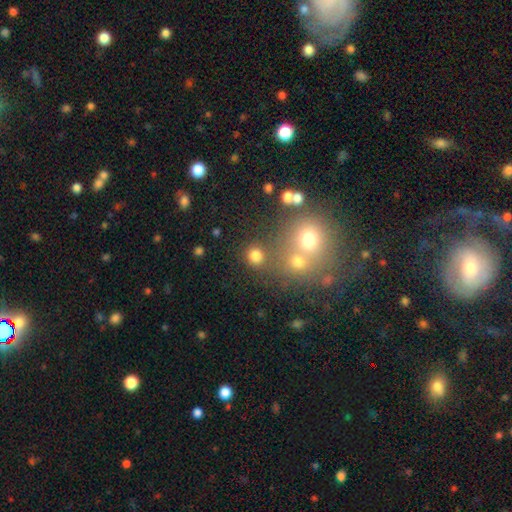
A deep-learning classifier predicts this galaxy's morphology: A smooth galaxy with no disk features (78%) that is round (88%). Merging: none (73%).